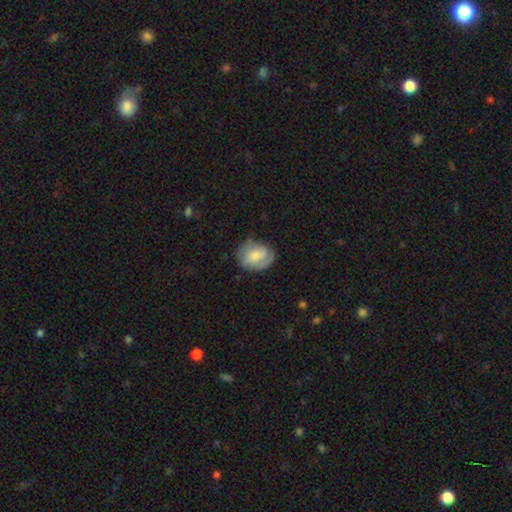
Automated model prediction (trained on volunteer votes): A smooth galaxy with no disk features (53%) that is round (50%). Merging: none (63%).